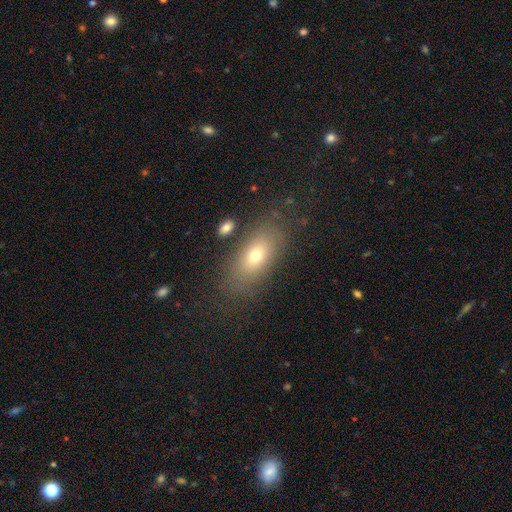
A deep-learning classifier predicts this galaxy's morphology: This is likely a smooth galaxy (68%). How rounded: clearly in between (82%). Merging: likely none (79%).